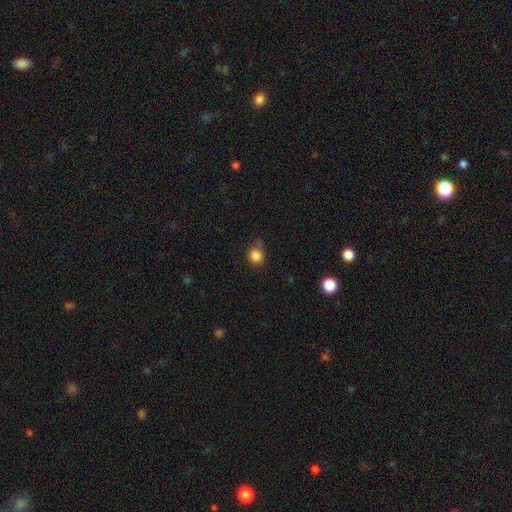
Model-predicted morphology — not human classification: A smooth galaxy with no disk features (84%) that is round (83%). Merging: none (68%).